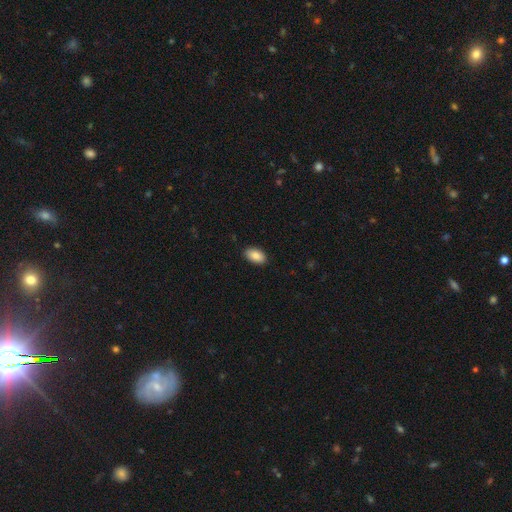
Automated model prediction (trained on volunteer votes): This is clearly a smooth galaxy (88%). How rounded: clearly in between (94%). Merging: clearly none (89%).